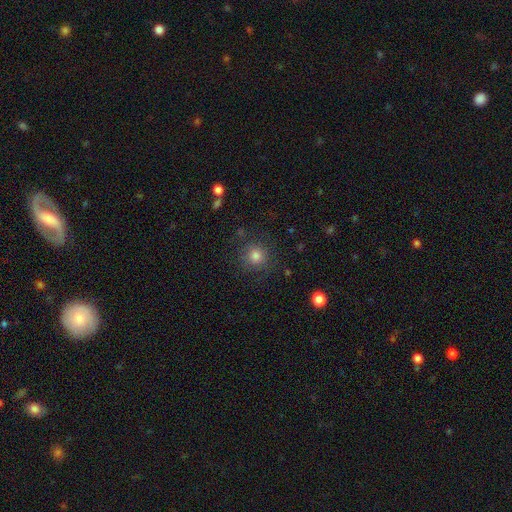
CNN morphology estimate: Smooth or featured? smooth (80%)
How rounded? round (92%)
Merging? none (84%)